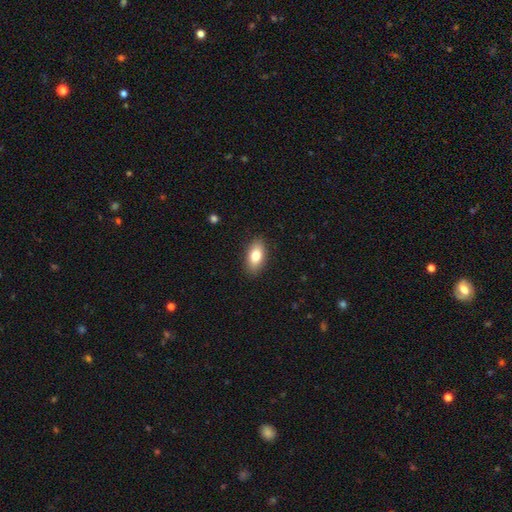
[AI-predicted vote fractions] smooth_or_featured: smooth (p=0.80) [alt: featured or disk p=0.13]
how_rounded: in between (p=0.90) [alt: round p=0.05]
merging: none (p=0.89) [alt: minor disturbance p=0.08]